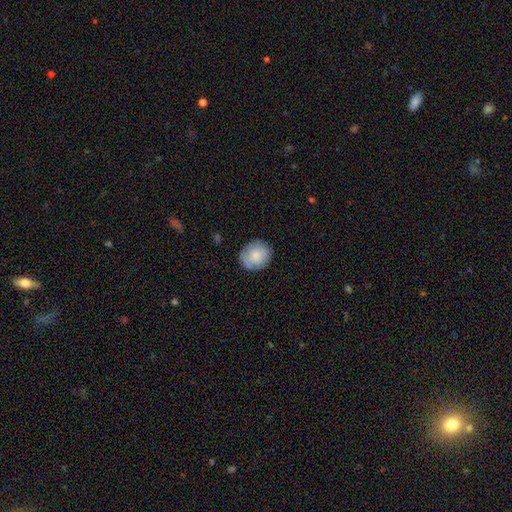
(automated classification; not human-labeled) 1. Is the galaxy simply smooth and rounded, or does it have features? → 84% smooth, 10% featured or disk, 6% star or artifact.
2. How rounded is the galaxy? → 78% round, 21% in between, 1% cigar-shaped.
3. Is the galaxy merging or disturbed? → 85% none, 11% minor disturbance, 2% major disturbance, 1% merger.